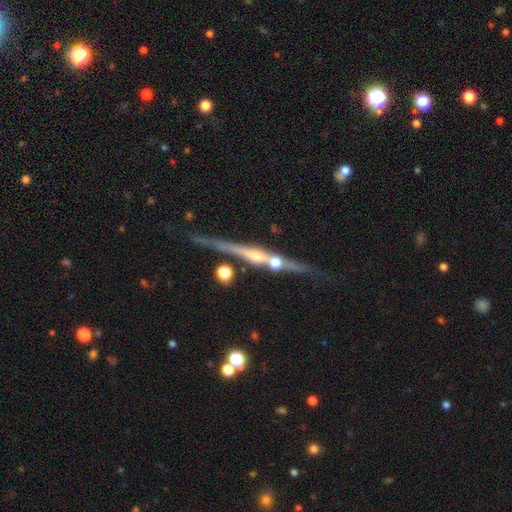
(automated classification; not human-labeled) A featured or disk galaxy (82%) viewed edge-on (97%) with a rounded central bulge (75%).

Vote fractions:
- Smooth or featured? featured or disk: 82% / smooth: 11% / star or artifact: 8%
- Edge-on disk? yes: 97% / no: 3%
- Edge-on bulge? rounded: 75% / none: 15% / boxy: 9%
- Merging? none: 75% / minor disturbance: 12% / merger: 9% / major disturbance: 3%